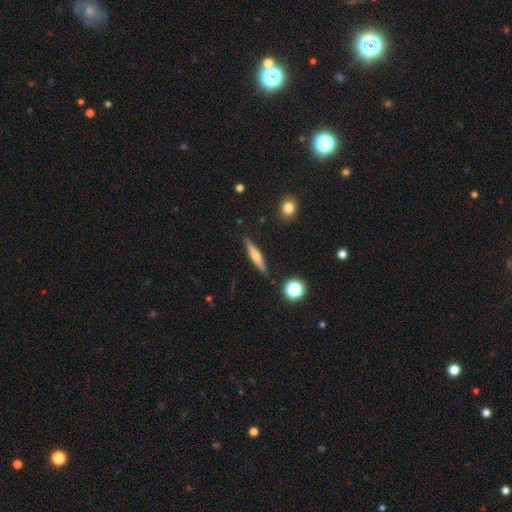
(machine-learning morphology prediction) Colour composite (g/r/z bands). It shows a smooth galaxy with no disk features (50%) that is cigar-shaped (86%). Merging: none (88%).